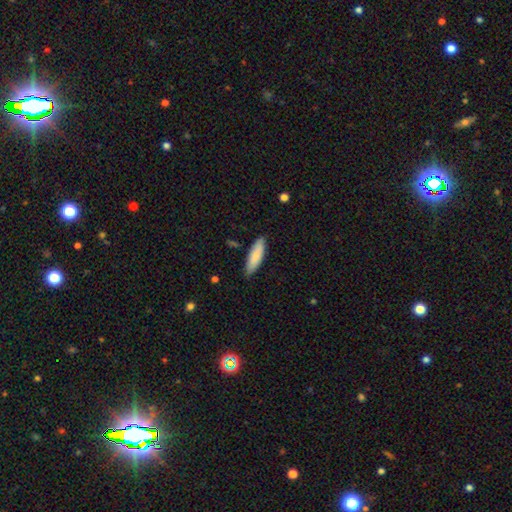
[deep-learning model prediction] Q: Smooth or featured?
A: smooth (81%); runner-up: featured or disk (14%)
Q: How rounded?
A: in between (52%); runner-up: cigar-shaped (46%)
Q: Merging?
A: none (84%); runner-up: minor disturbance (13%)